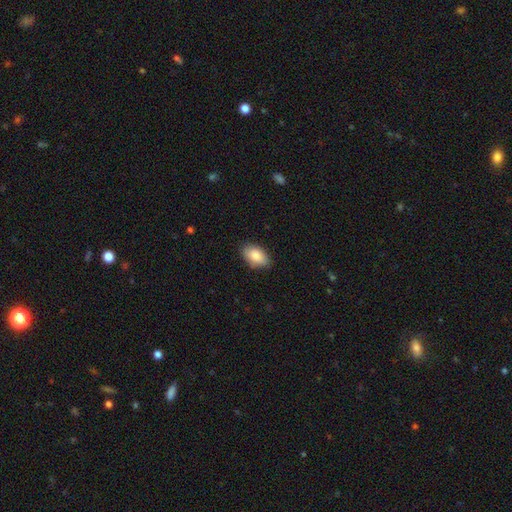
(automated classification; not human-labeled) A smooth galaxy with no disk features (86%) that is in between round and cigar-shaped (93%).

Vote fractions:
- Smooth or featured? smooth: 86% / featured or disk: 7% / star or artifact: 7%
- How rounded? in between: 93% / round: 6% / cigar-shaped: 2%
- Merging? none: 83% / minor disturbance: 13% / major disturbance: 2% / merger: 1%